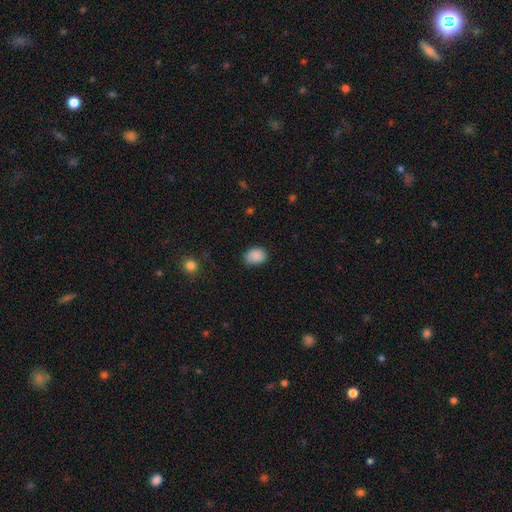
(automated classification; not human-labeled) A smooth galaxy with no disk features (88%) that is in between round and cigar-shaped (69%).

Vote fractions:
- Smooth or featured? smooth: 88% / star or artifact: 8% / featured or disk: 4%
- How rounded? in between: 69% / round: 30% / cigar-shaped: 1%
- Merging? none: 76% / minor disturbance: 19% / major disturbance: 3% / merger: 1%